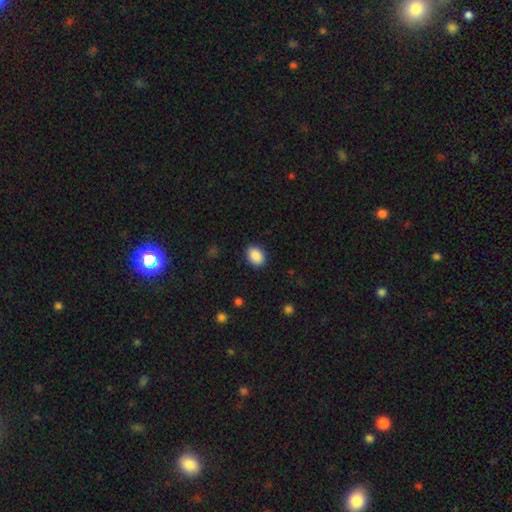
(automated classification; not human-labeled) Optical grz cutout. It shows a smooth galaxy with no disk features (90%) that is in between round and cigar-shaped (70%). Merging: none (88%).